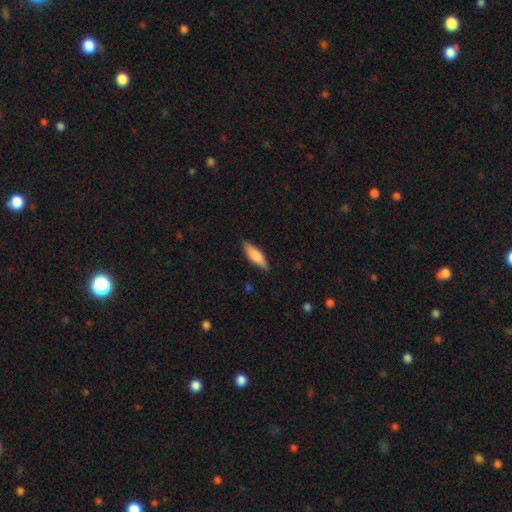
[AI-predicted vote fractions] This is likely a smooth galaxy (71%). How rounded: possibly cigar-shaped (52%). Merging: clearly none (85%).